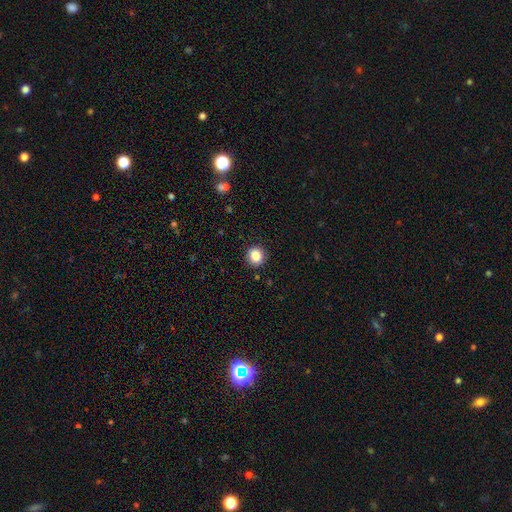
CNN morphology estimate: smooth-or-featured: smooth: 87% | star or artifact: 10% | featured or disk: 3%
  how-rounded: round: 87% | in between: 12% | cigar-shaped: 1%
  merging: none: 90% | minor disturbance: 7% | major disturbance: 2% | merger: 1%